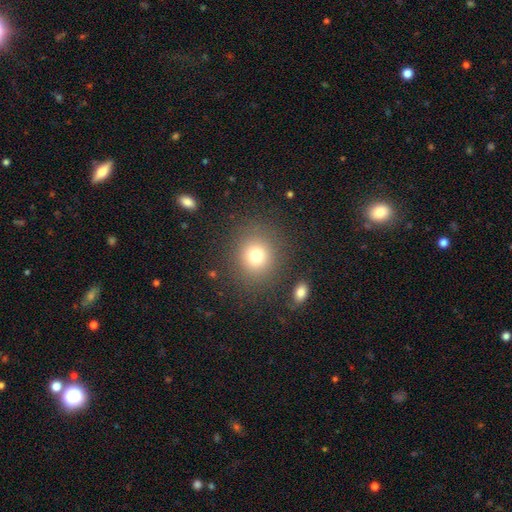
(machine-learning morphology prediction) smooth-or-featured: smooth: 75% | star or artifact: 15% | featured or disk: 10%
  how-rounded: round: 83% | in between: 16% | cigar-shaped: 1%
  merging: none: 85% | minor disturbance: 8% | major disturbance: 5% | merger: 3%